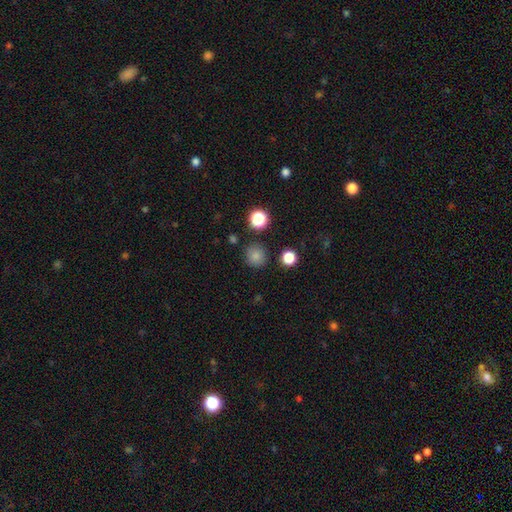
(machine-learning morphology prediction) Overall: smooth (81%). How rounded: round (92%). Merging: none (86%).